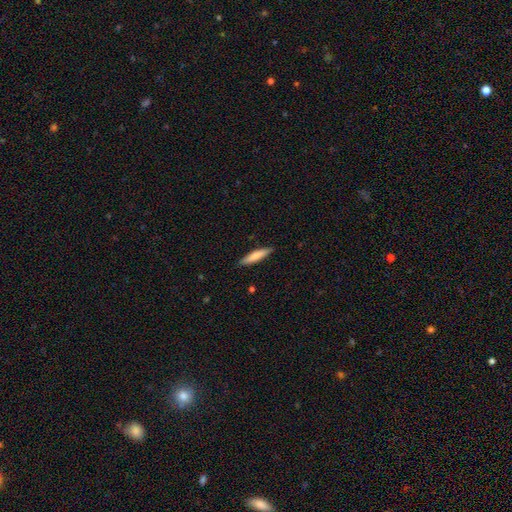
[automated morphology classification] This appears to be a smooth galaxy with no disk features (75%) that is cigar-shaped (85%). Merging: none (88%).